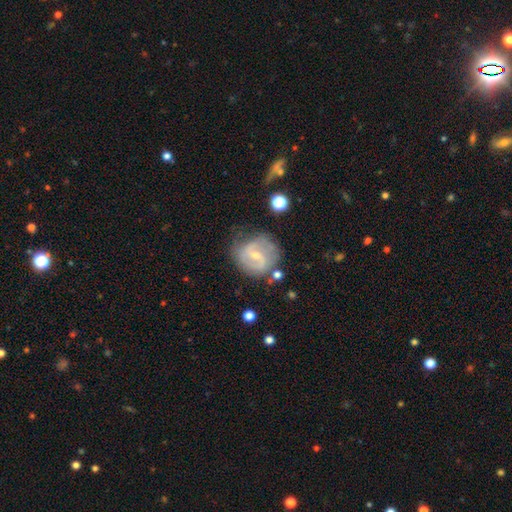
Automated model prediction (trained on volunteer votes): A featured or disk galaxy (74%) with a weak bar (53%), 2 (68%) medium (43%) spiral arms (84%) and a small central bulge (55%).

Vote fractions:
- Smooth or featured? featured or disk: 74% / smooth: 19% / star or artifact: 7%
- Edge-on disk? no: 97% / yes: 3%
- Bar? weak: 53% / no: 26% / strong: 20%
- Spiral arms? yes: 84% / no: 16%
- Spiral winding? medium: 43% / tight: 37% / loose: 20%
- Spiral arm count? 2: 68% / can't tell: 20% / 3: 5% / 1: 4% / 4: 2% / more than 4: 1%
- Bulge size? small: 55% / moderate: 42% / none: 1% / large: 1% / dominant: 1%
- Merging? none: 60% / minor disturbance: 25% / major disturbance: 11% / merger: 4%